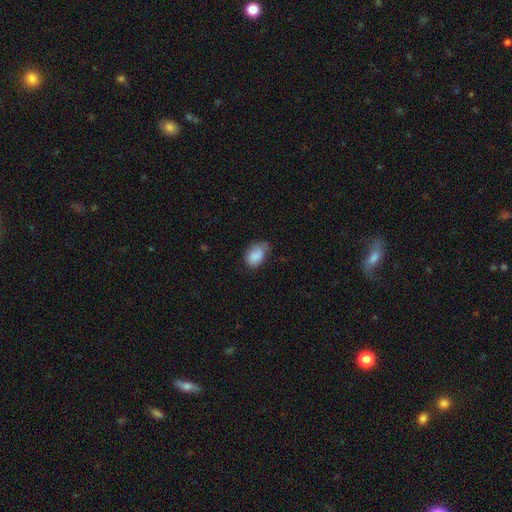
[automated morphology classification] This is clearly a smooth galaxy (86%). How rounded: clearly in between (84%). Merging: possibly none (49%).